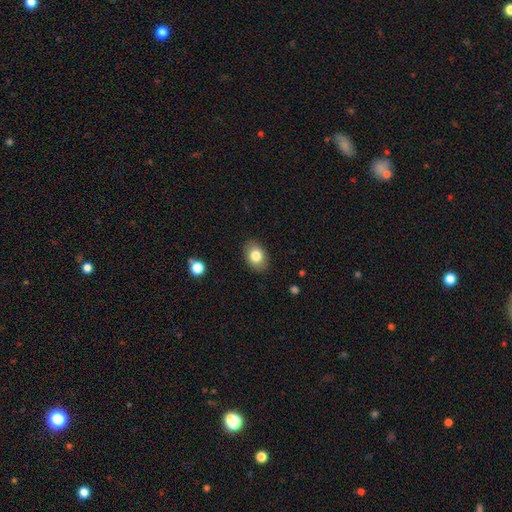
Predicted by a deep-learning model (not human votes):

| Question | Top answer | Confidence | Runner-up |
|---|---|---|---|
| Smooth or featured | smooth | 82% | featured or disk (10%) |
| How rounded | in between | 76% | round (23%) |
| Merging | none | 87% | minor disturbance (9%) |